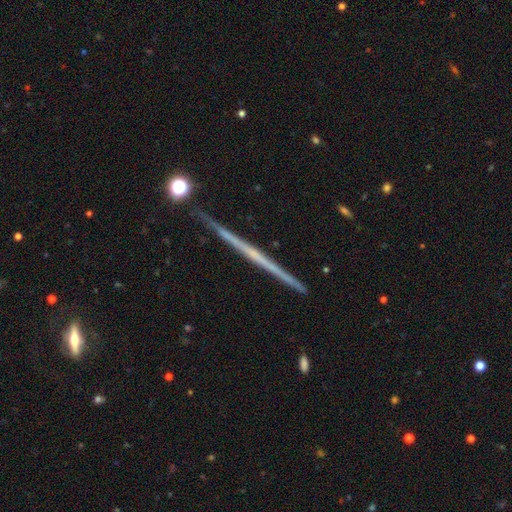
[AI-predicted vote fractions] This appears to be a featured or disk galaxy (73%) viewed edge-on (98%) with no central bulge (82%). Merging: none (91%).